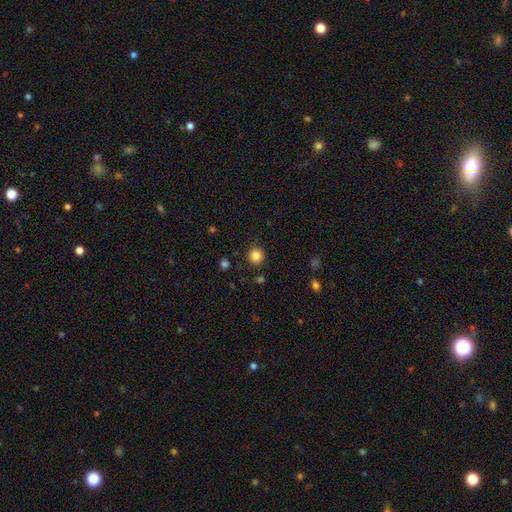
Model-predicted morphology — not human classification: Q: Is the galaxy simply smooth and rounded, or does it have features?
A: smooth — 85%.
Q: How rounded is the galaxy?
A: round — 91%.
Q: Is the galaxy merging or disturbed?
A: none — 89%.